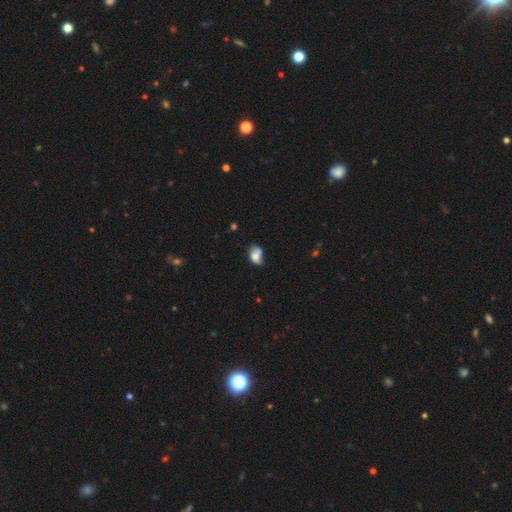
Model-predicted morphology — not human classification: Smooth or featured? Predicted: smooth (p=0.67). How rounded? Predicted: in between (p=0.73). Merging? Predicted: none (p=0.30).